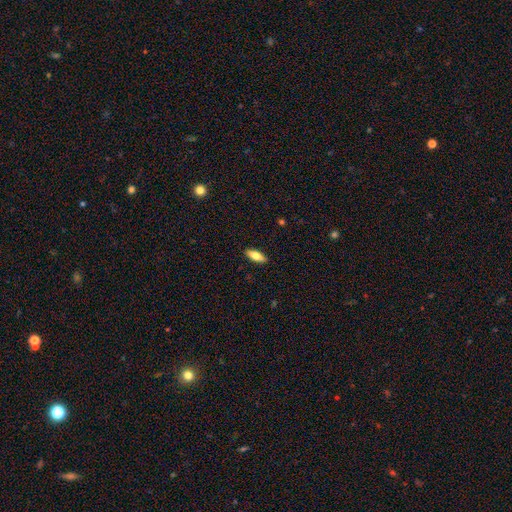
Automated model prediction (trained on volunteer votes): Smooth or featured? smooth (72%)
How rounded? in between (69%)
Merging? none (89%)